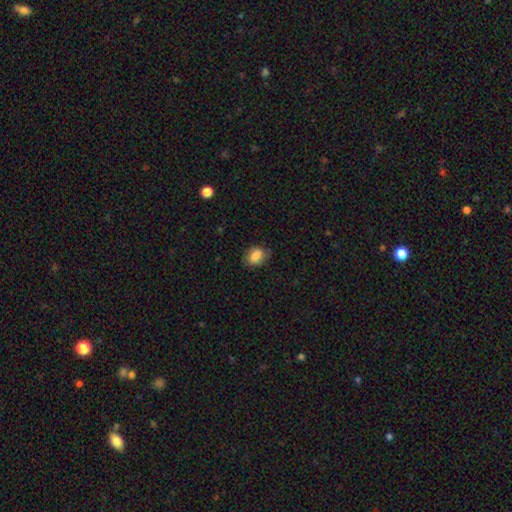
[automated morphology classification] A smooth galaxy with no disk features (83%) that is in between round and cigar-shaped (69%). Merging: none (73%).